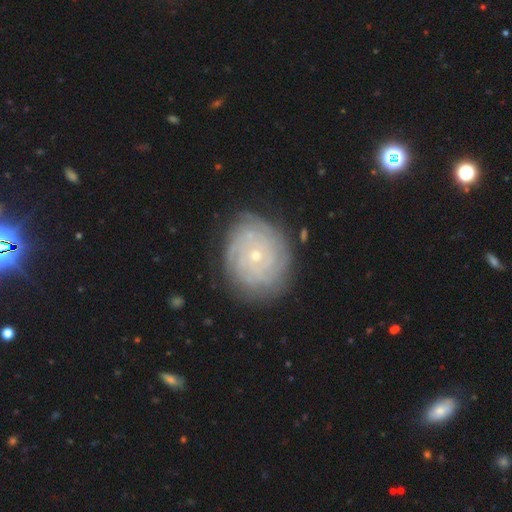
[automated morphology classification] Overall: featured or disk (82%). Edge-on disk: no (97%). Bar: no (84%). Spiral arms: yes (95%). Spiral arm count: can't tell (35%; 4 20%). Spiral winding: tight (86%). Bulge size: small (77%). Merging: none (82%).